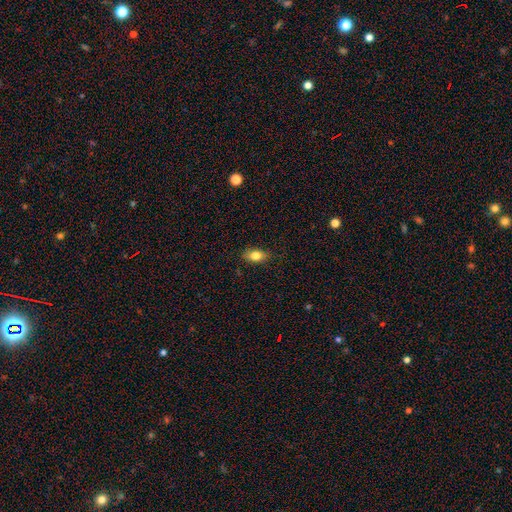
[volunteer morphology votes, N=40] type=smooth (78%); roundness=in between (87%); merging=none (84%).